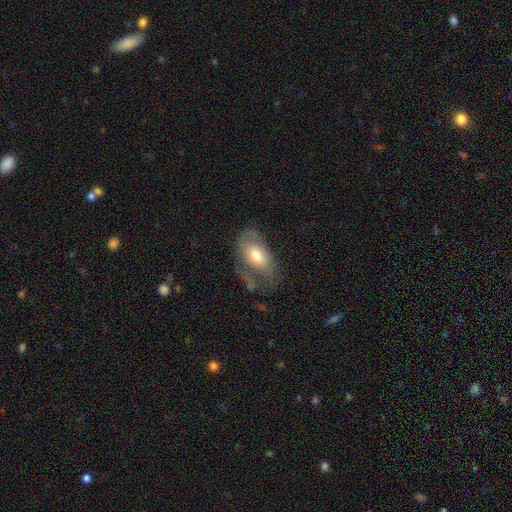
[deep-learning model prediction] Morphology: type=smooth (63%); roundness=in between (91%); merging=none (39%).